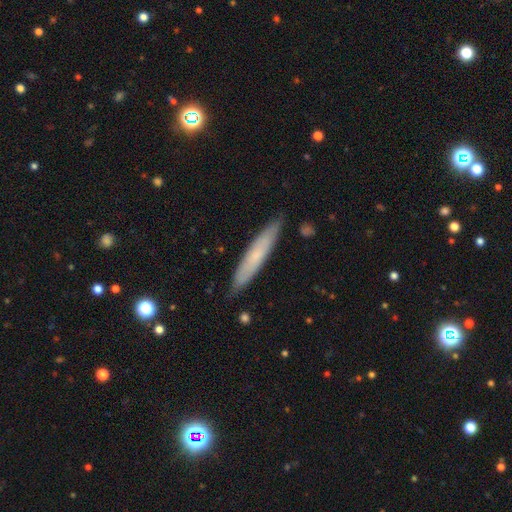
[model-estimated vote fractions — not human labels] smooth 60%, featured or disk 34%, star or artifact 6%. Down the decision tree: how rounded — cigar-shaped (92%); merging — none (87%).